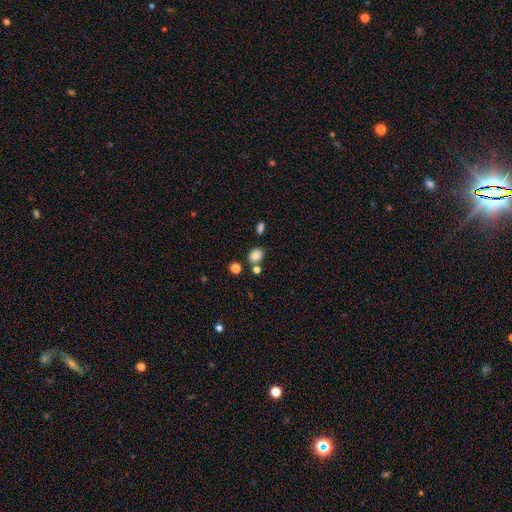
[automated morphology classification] This appears to be a smooth galaxy with no disk features (84%) that is in between round and cigar-shaped (65%). Merging: none (68%).